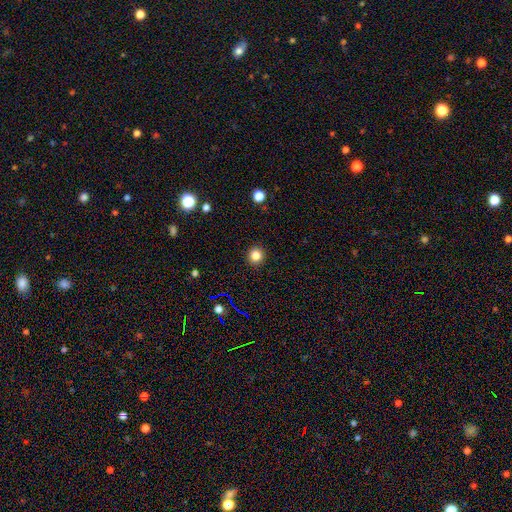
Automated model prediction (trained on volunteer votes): This is clearly a smooth galaxy (83%). How rounded: clearly round (93%). Merging: clearly none (92%).